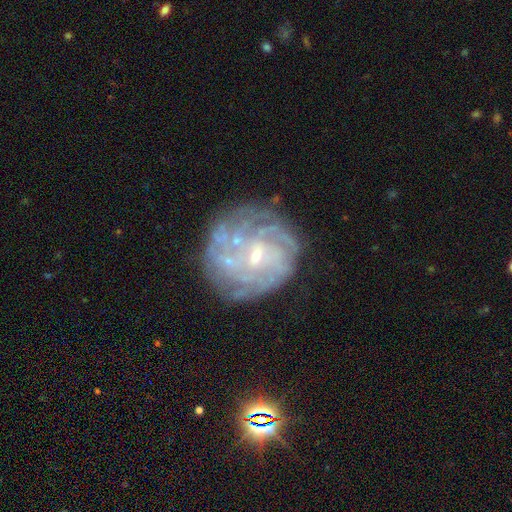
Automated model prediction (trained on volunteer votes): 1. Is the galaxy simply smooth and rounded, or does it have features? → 78% featured or disk, 13% smooth, 9% star or artifact.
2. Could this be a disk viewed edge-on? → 98% no, 2% yes.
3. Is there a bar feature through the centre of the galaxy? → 54% no, 38% weak, 8% strong.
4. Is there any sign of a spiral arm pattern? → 82% yes, 18% no.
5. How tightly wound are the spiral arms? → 68% tight, 23% medium, 9% loose.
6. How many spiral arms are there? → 48% can't tell, 16% 4, 12% more than 4, 10% 3, 8% 2, 5% 1.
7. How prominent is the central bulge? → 74% small, 18% moderate, 5% none, 1% large, 1% dominant.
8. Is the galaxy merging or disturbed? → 68% none, 17% minor disturbance, 10% major disturbance, 5% merger.